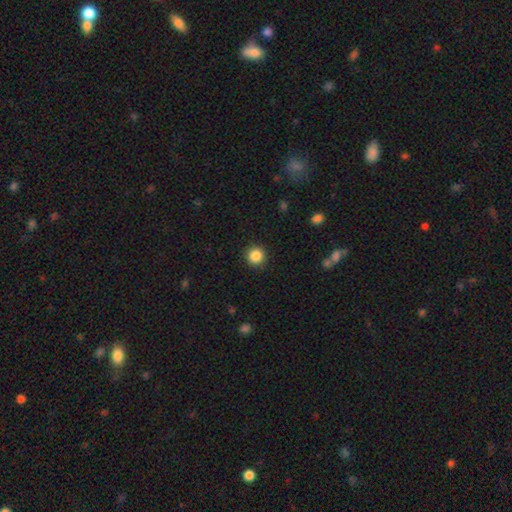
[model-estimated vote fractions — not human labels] smooth-or-featured: smooth: 86% | star or artifact: 10% | featured or disk: 4%
  how-rounded: round: 95% | in between: 4% | cigar-shaped: 1%
  merging: none: 92% | minor disturbance: 5% | major disturbance: 2% | merger: 1%